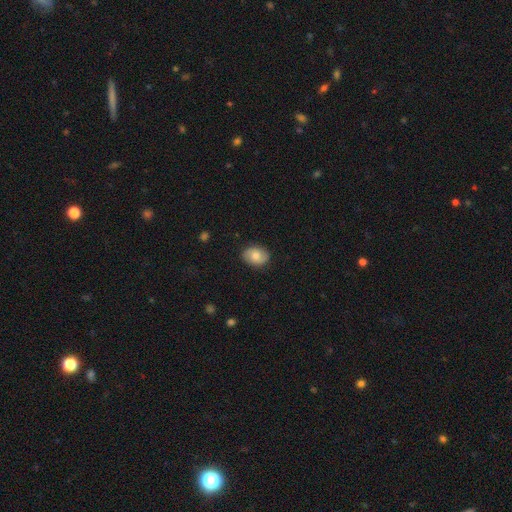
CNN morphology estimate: smooth_or_featured: smooth (p=0.69) [alt: featured or disk p=0.23]
how_rounded: in between (p=0.69) [alt: round p=0.30]
merging: none (p=0.85) [alt: minor disturbance p=0.11]